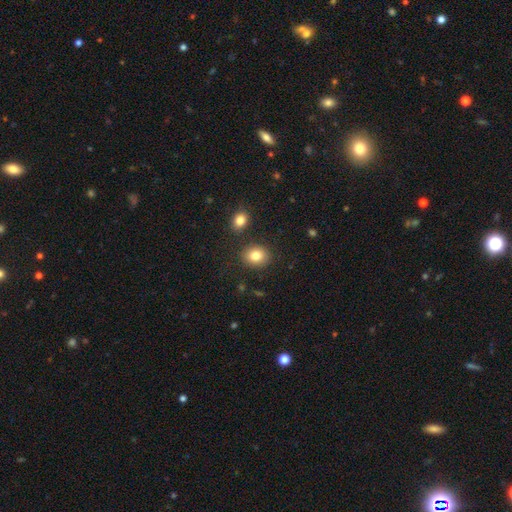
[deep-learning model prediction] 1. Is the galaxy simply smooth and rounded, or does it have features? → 83% smooth, 10% star or artifact, 8% featured or disk.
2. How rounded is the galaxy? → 62% round, 37% in between, 1% cigar-shaped.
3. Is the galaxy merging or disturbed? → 85% none, 8% minor disturbance, 5% merger, 3% major disturbance.